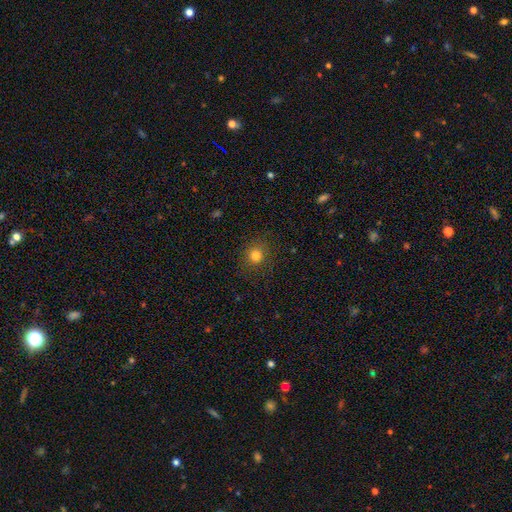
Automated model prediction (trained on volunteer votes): The model was most divided on "smooth or featured": smooth: 81%, star or artifact: 13%, featured or disk: 6%. More confident: how rounded — round (88%); merging — none (88%).